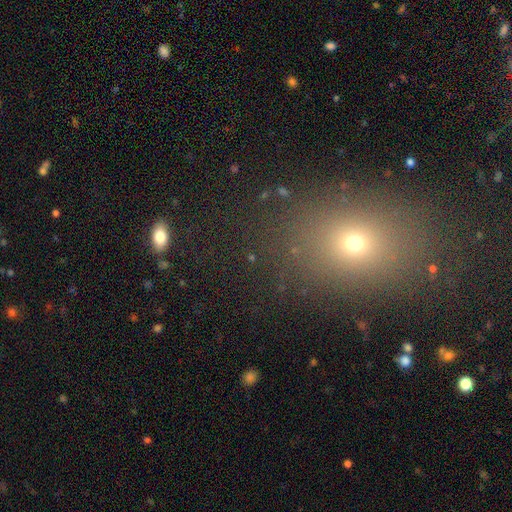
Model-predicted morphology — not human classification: smooth 56%, star or artifact 32%, featured or disk 12%. Down the decision tree: how rounded — in between (55%); merging — none (83%).